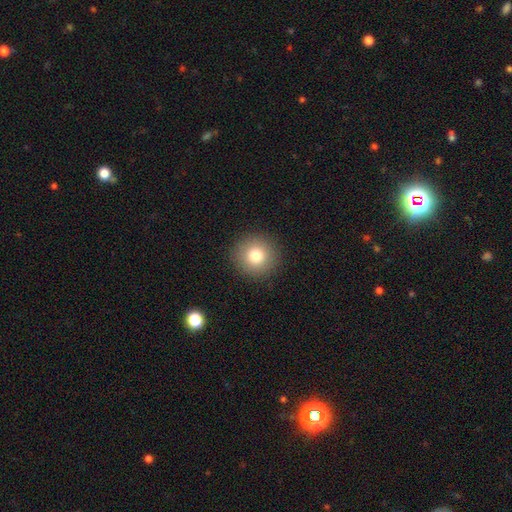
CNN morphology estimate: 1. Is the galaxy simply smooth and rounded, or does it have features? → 78% smooth, 11% star or artifact, 10% featured or disk.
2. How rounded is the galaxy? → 95% round, 4% in between, 1% cigar-shaped.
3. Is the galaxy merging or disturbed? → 91% none, 6% minor disturbance, 2% major disturbance, 1% merger.